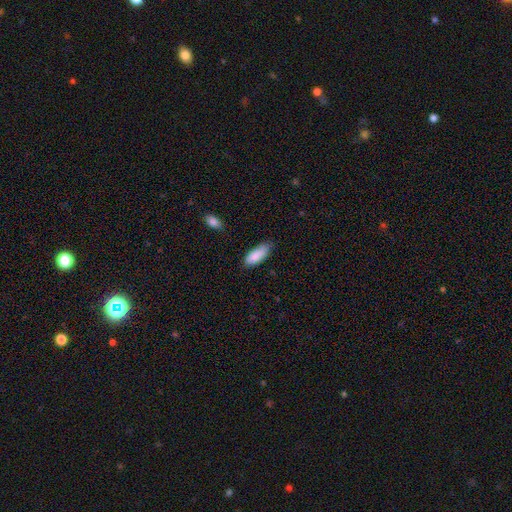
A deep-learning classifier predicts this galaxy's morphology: smooth_or_featured: smooth (p=0.88) [alt: star or artifact p=0.06]
how_rounded: in between (p=0.79) [alt: cigar-shaped p=0.19]
merging: none (p=0.69) [alt: minor disturbance p=0.25]